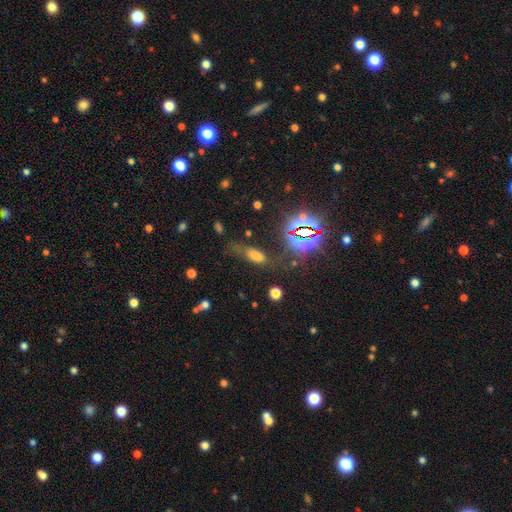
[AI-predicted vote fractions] Smooth or featured?
  - smooth: 54% *
  - star or artifact: 31%
  - featured or disk: 15%
How rounded?
  - in between: 72% *
  - cigar-shaped: 22%
  - round: 6%
Merging?
  - none: 56% *
  - minor disturbance: 23%
  - major disturbance: 16%
  - merger: 6%